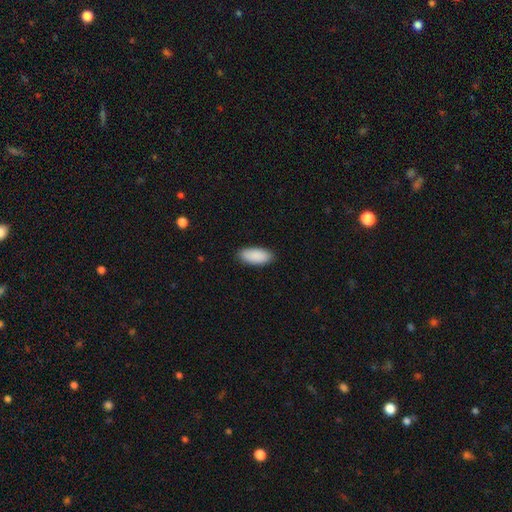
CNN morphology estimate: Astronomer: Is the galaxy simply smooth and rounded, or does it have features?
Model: smooth — 91%.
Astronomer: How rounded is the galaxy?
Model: in between — 88%.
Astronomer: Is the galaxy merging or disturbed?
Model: none — 88%.